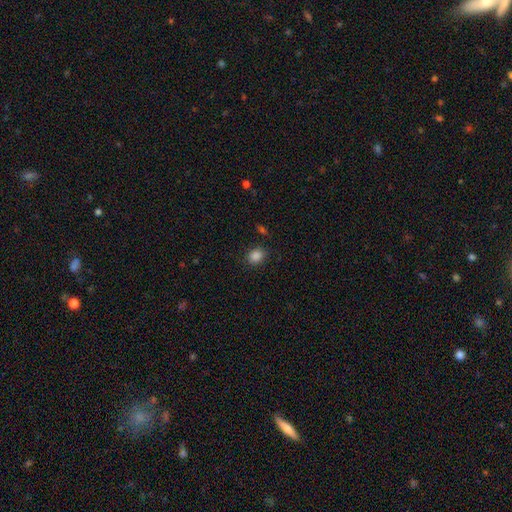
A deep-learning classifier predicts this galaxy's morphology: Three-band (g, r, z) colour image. It shows a smooth galaxy with no disk features (86%) that is round (55%). Merging: none (84%).